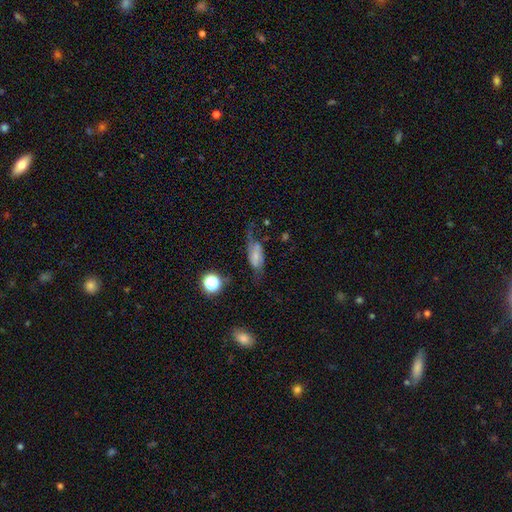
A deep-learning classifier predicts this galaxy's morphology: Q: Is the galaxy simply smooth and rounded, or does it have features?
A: featured or disk — 59%.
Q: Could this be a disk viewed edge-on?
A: no — 90%.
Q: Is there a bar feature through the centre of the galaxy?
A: weak — 40%.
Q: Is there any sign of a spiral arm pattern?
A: yes — 83%.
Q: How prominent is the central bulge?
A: small — 52%.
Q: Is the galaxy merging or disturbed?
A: none — 50%.